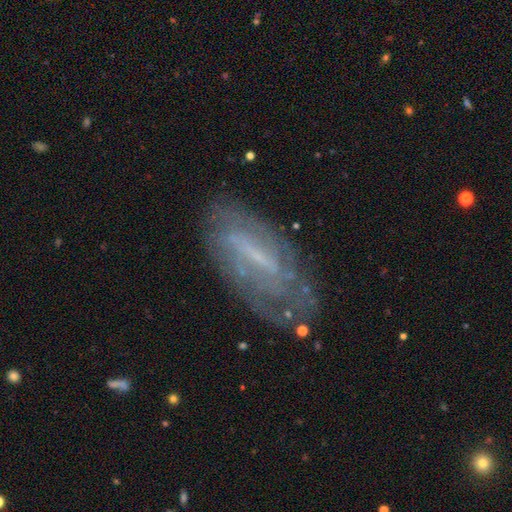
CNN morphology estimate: type=featured or disk (69%); edge-on=no (85%); bar=weak (42%); spiral arms=yes (68%); bulge=small (47%); merging=none (66%).